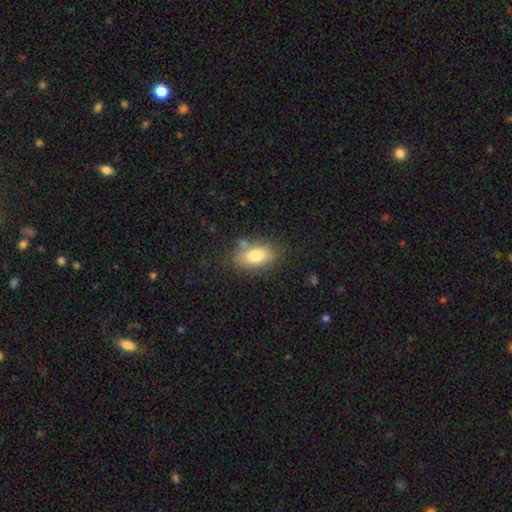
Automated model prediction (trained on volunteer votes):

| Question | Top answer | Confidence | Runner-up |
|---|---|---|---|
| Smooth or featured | smooth | 80% | featured or disk (13%) |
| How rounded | in between | 89% | round (8%) |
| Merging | none | 71% | minor disturbance (16%) |